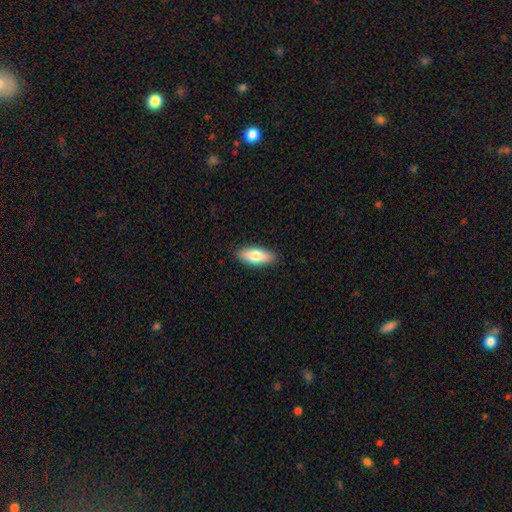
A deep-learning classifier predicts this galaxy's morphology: The model was most divided on "how rounded": in between: 73%, cigar-shaped: 24%, round: 2%. More confident: merging — none (89%); smooth or featured — smooth (77%).